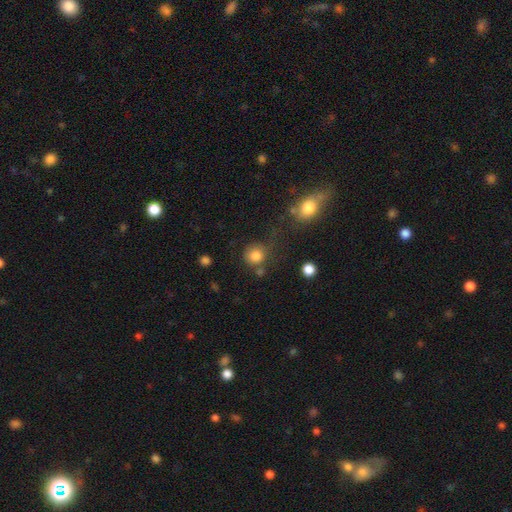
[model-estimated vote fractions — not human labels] Overall: smooth (82%). How rounded: round (87%). Merging: none (65%).